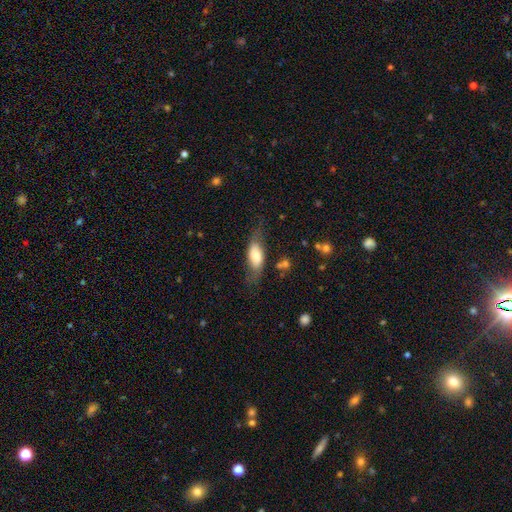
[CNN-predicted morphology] The model was most divided on "smooth or featured": smooth: 59%, featured or disk: 33%, star or artifact: 7%. More confident: how rounded — in between (76%); merging — none (56%).